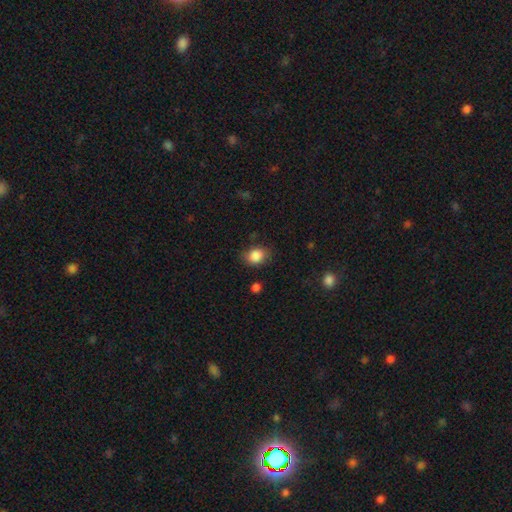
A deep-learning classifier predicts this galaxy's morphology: Overall: smooth (87%). How rounded: in between (50%; round 49%). Merging: none (78%).